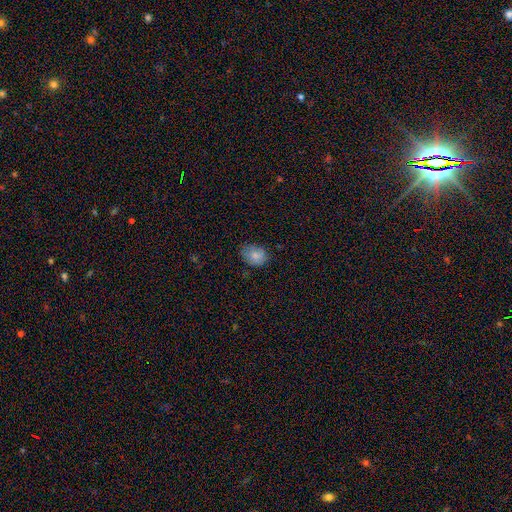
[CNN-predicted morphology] Q: Smooth or featured?
A: smooth (80%); runner-up: featured or disk (10%)
Q: How rounded?
A: in between (54%); runner-up: round (45%)
Q: Merging?
A: none (66%); runner-up: minor disturbance (26%)